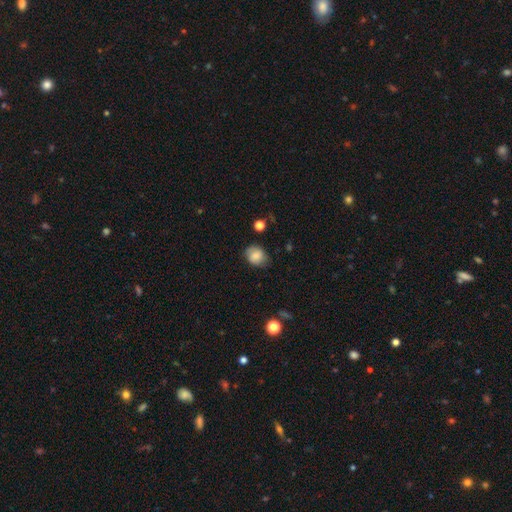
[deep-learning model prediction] Q: Smooth or featured?
A: smooth (79%); runner-up: featured or disk (12%)
Q: How rounded?
A: round (60%); runner-up: in between (39%)
Q: Merging?
A: none (74%); runner-up: minor disturbance (20%)